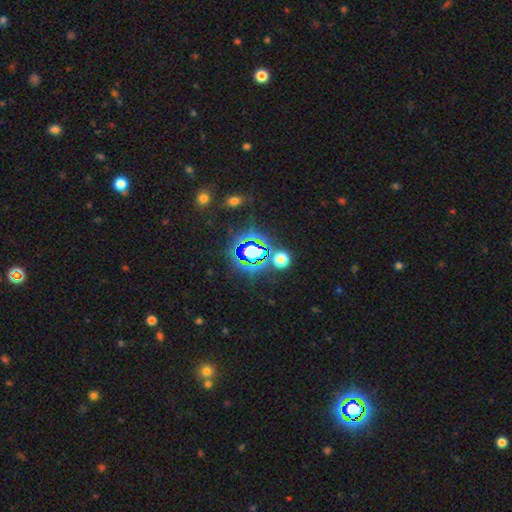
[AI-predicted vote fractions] Smooth or featured? Predicted: star or artifact (p=0.76).